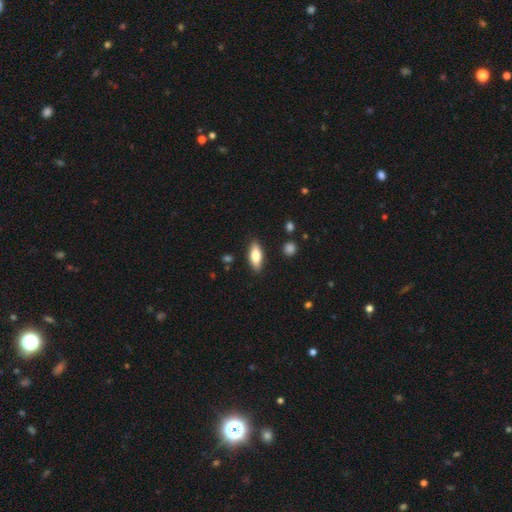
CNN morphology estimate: The model was most divided on "how rounded": in between: 75%, cigar-shaped: 23%, round: 3%. More confident: merging — none (87%); smooth or featured — smooth (77%).